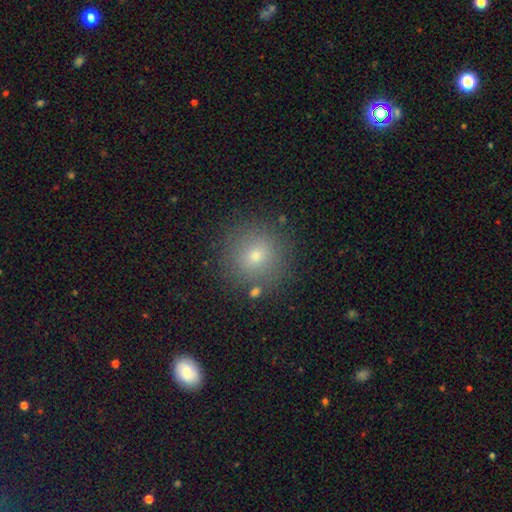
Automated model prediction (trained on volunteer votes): Smooth or featured? smooth (73%)
How rounded? round (93%)
Merging? none (85%)